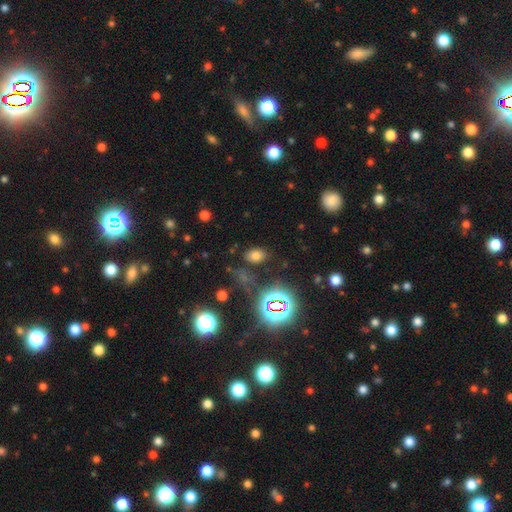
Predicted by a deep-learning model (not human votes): smooth_or_featured: smooth (p=0.65) [alt: star or artifact p=0.27]
how_rounded: in between (p=0.80) [alt: round p=0.19]
merging: none (p=0.80) [alt: minor disturbance p=0.12]